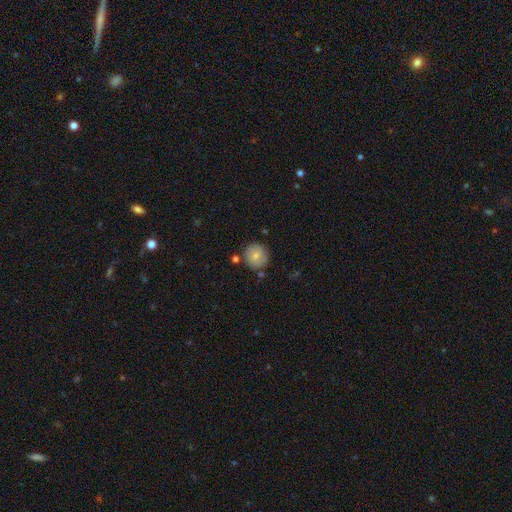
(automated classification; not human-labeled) A smooth galaxy with no disk features (79%) that is round (92%).

Vote fractions:
- Smooth or featured? smooth: 79% / featured or disk: 13% / star or artifact: 8%
- How rounded? round: 92% / in between: 7% / cigar-shaped: 1%
- Merging? none: 81% / minor disturbance: 12% / merger: 5% / major disturbance: 3%